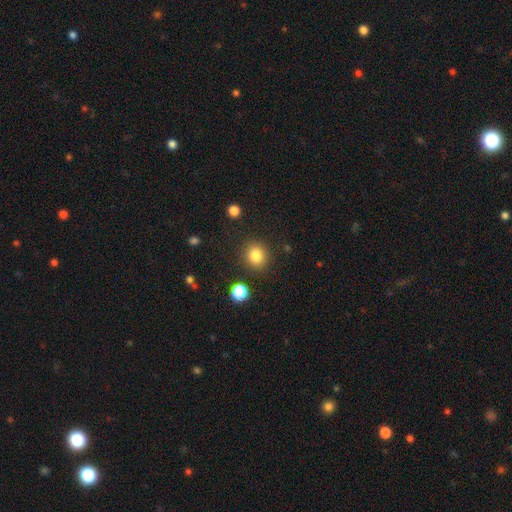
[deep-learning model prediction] A smooth galaxy with no disk features (83%) that is round (82%). Merging: none (87%).